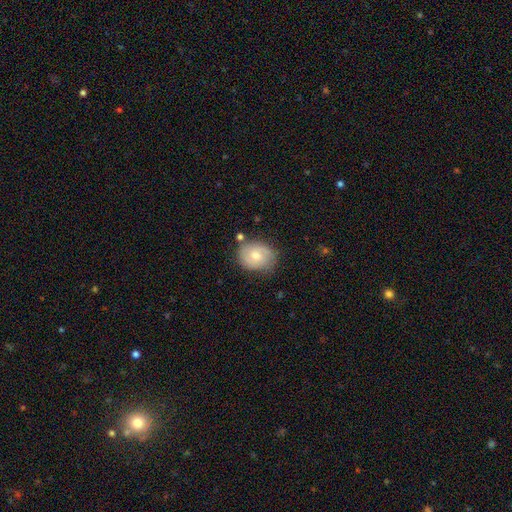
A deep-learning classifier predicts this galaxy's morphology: A smooth galaxy with no disk features (52%) that is round (57%).

Vote fractions:
- Smooth or featured? smooth: 52% / featured or disk: 41% / star or artifact: 7%
- How rounded? round: 57% / in between: 42% / cigar-shaped: 1%
- Merging? none: 69% / minor disturbance: 21% / major disturbance: 5% / merger: 4%